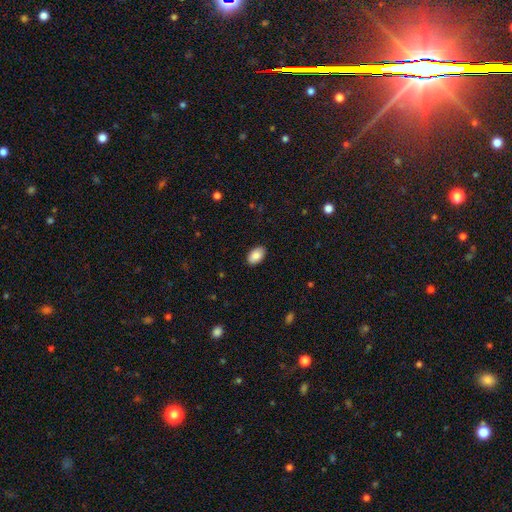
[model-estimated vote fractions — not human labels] Smooth or featured? Predicted: smooth (p=0.88). How rounded? Predicted: in between (p=0.92). Merging? Predicted: none (p=0.89).